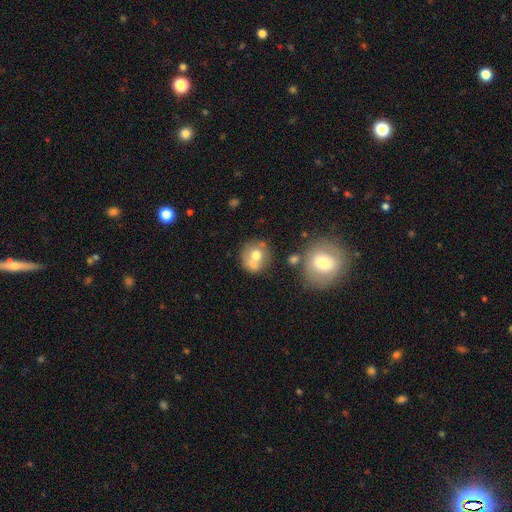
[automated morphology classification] This is likely a smooth galaxy (64%). How rounded: clearly round (83%). Merging: possibly none (51%).